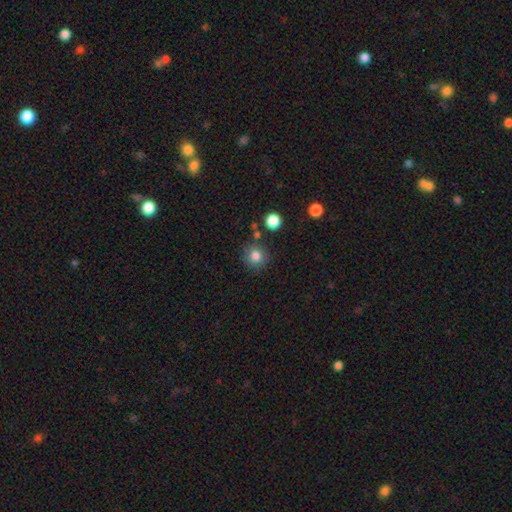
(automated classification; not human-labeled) Q: Smooth or featured?
A: smooth (82%); runner-up: star or artifact (11%)
Q: How rounded?
A: round (90%); runner-up: in between (9%)
Q: Merging?
A: none (80%); runner-up: minor disturbance (10%)